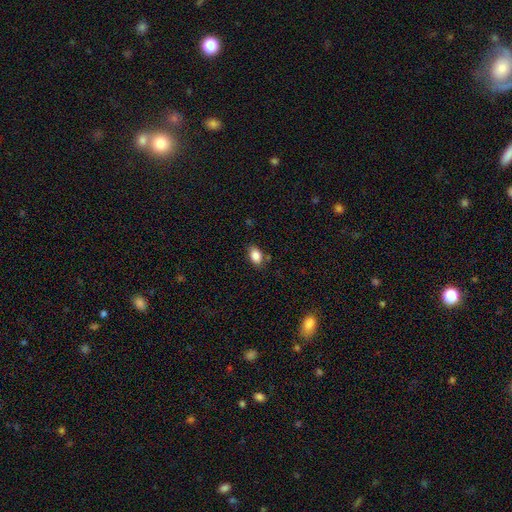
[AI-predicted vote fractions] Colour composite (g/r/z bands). It shows a smooth galaxy with no disk features (85%) that is in between round and cigar-shaped (85%). Merging: none (79%).